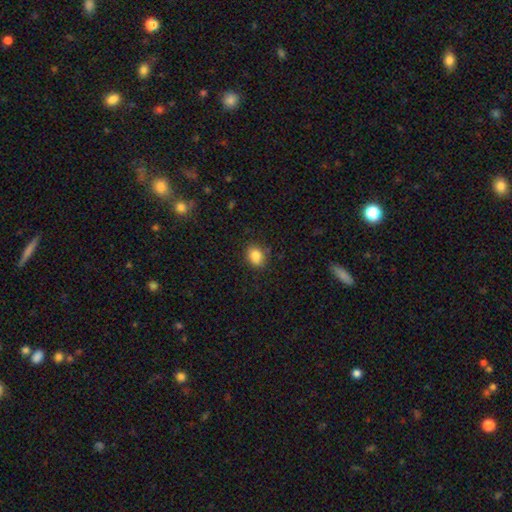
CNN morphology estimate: This appears to be a smooth galaxy with no disk features (85%) that is in between round and cigar-shaped (55%). Merging: none (83%).